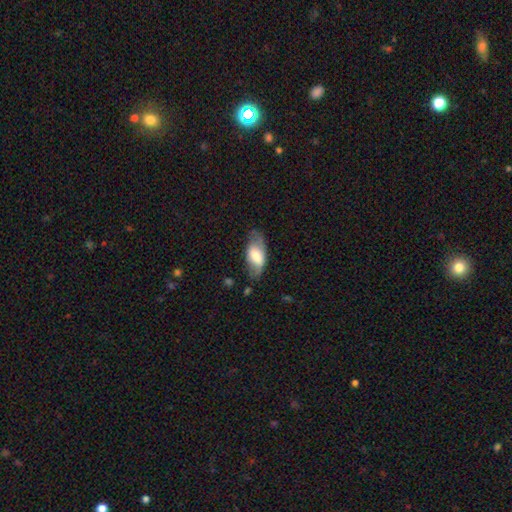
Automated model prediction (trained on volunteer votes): Morphology: type=smooth (61%); roundness=in between (91%); merging=none (61%).